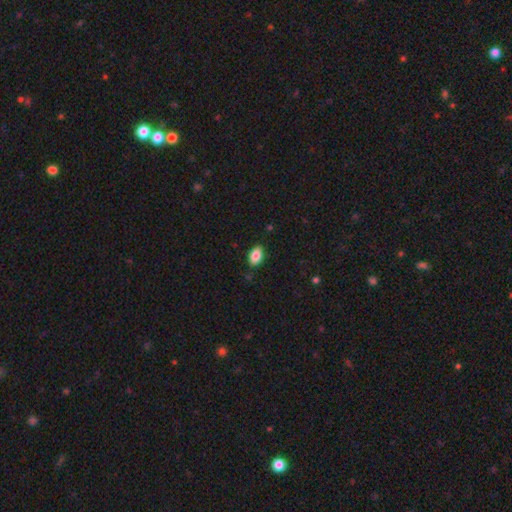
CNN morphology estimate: Smooth or featured: smooth — 86% (star or artifact — 8%)
How rounded: in between — 91% (round — 7%)
Merging: none — 85% (minor disturbance — 11%)